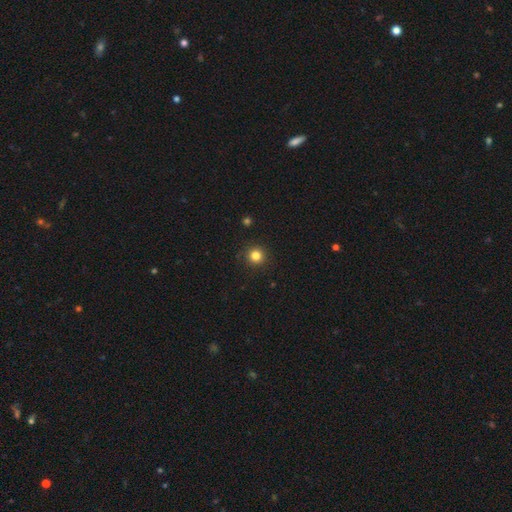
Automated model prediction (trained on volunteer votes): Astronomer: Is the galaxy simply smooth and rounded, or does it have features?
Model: smooth — 82%.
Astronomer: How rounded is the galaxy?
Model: round — 95%.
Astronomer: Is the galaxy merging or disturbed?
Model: none — 92%.